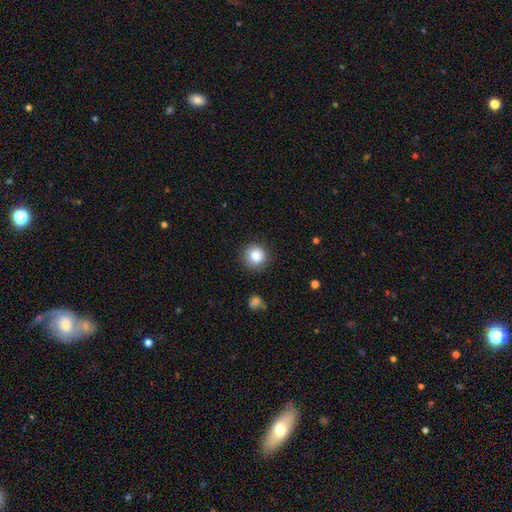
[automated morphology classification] Smooth or featured: smooth — 83% (star or artifact — 10%)
How rounded: round — 94% (in between — 5%)
Merging: none — 88% (minor disturbance — 8%)